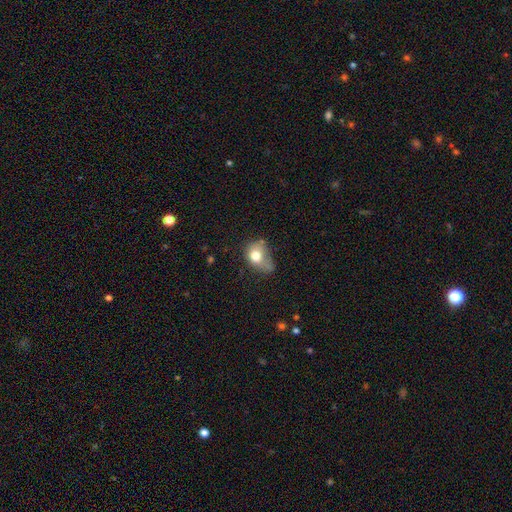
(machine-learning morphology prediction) smooth 74%, featured or disk 17%, star or artifact 10%. Down the decision tree: how rounded — in between (63%); merging — minor disturbance (36%).